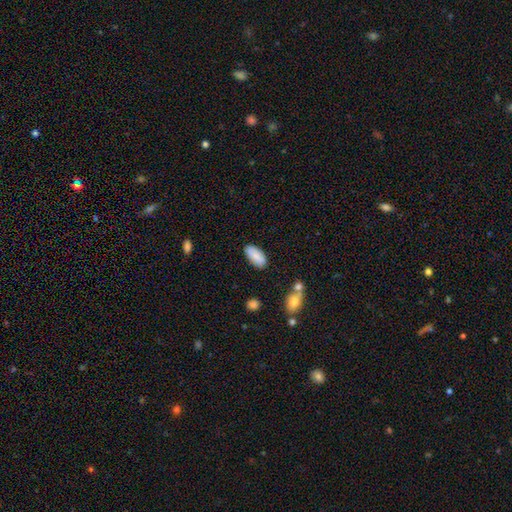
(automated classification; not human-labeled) Smooth or featured? Predicted: smooth (p=0.87). How rounded? Predicted: in between (p=0.89). Merging? Predicted: none (p=0.83).